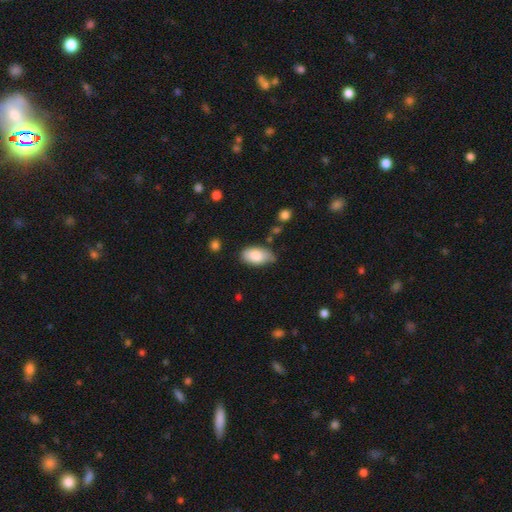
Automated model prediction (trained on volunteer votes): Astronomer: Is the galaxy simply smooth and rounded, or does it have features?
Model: smooth — 83%.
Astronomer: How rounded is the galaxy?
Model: in between — 94%.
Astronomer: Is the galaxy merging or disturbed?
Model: none — 65%.